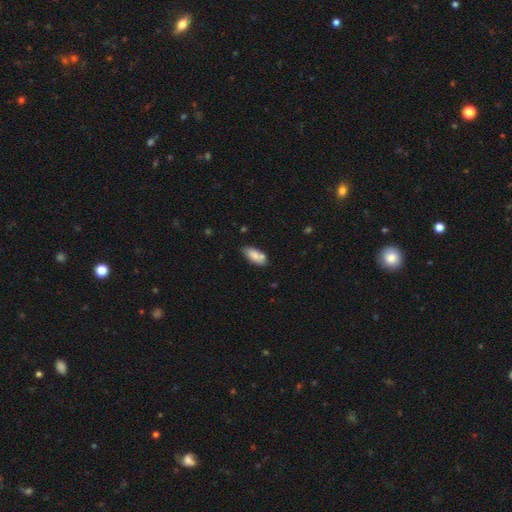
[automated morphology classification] smooth_or_featured: smooth (p=0.80) [alt: featured or disk p=0.13]
how_rounded: in between (p=0.85) [alt: cigar-shaped p=0.13]
merging: none (p=0.65) [alt: minor disturbance p=0.19]